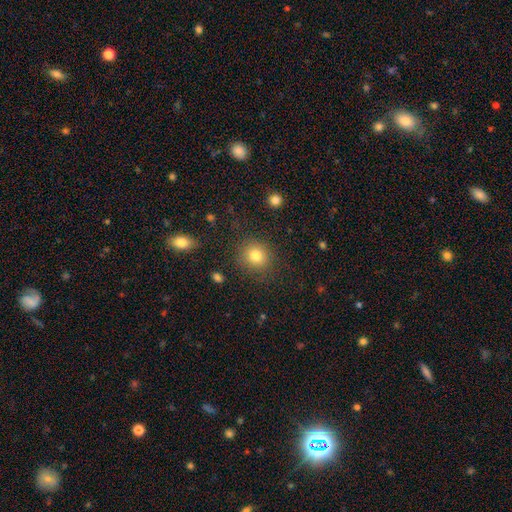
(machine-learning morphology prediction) Smooth or featured? smooth (82%)
How rounded? round (83%)
Merging? none (86%)